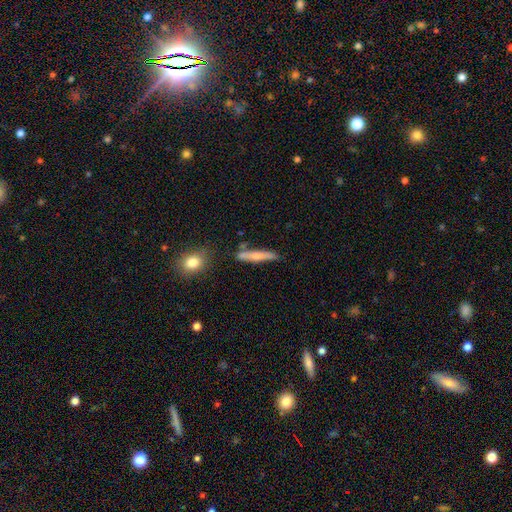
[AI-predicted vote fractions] smooth-or-featured: smooth: 59% | featured or disk: 33% | star or artifact: 7%
  how-rounded: cigar-shaped: 90% | in between: 7% | round: 2%
  merging: none: 76% | minor disturbance: 14% | merger: 6% | major disturbance: 3%